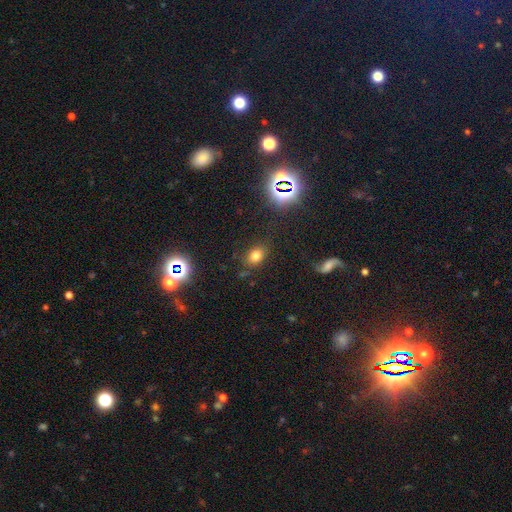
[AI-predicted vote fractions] The model was most divided on "how rounded": in between: 64%, round: 34%, cigar-shaped: 2%. More confident: merging — none (78%); smooth or featured — smooth (71%).